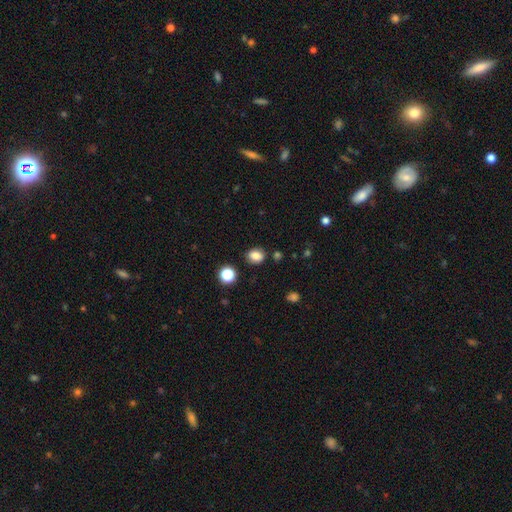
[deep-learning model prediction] Morphology: type=smooth (83%); roundness=round (50%); merging=none (83%).